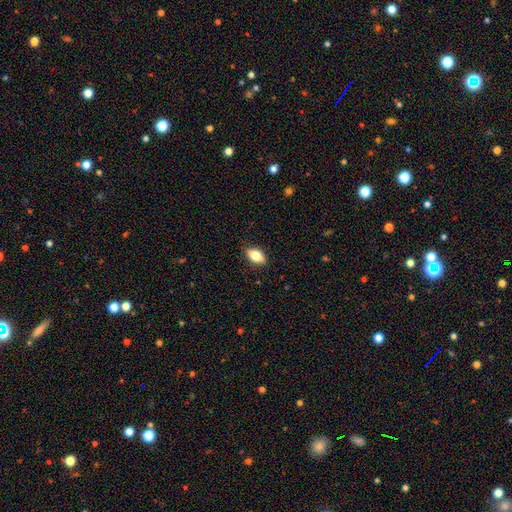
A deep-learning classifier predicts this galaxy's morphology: Smooth or featured?
  - smooth: 79% *
  - featured or disk: 13%
  - star or artifact: 8%
How rounded?
  - in between: 88% *
  - cigar-shaped: 6%
  - round: 5%
Merging?
  - none: 87% *
  - minor disturbance: 10%
  - major disturbance: 2%
  - merger: 1%